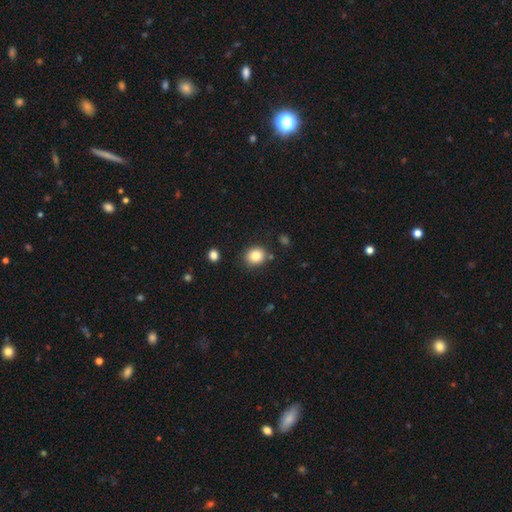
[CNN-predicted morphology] Q: Smooth or featured?
A: smooth (85%); runner-up: star or artifact (10%)
Q: How rounded?
A: round (73%); runner-up: in between (26%)
Q: Merging?
A: none (83%); runner-up: minor disturbance (10%)